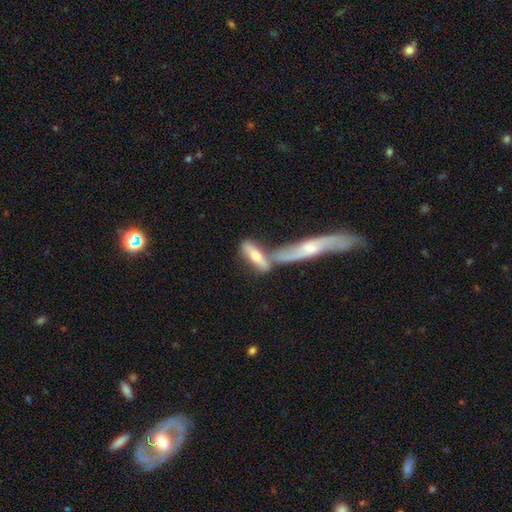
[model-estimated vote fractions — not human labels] Overall: smooth (57%; featured or disk 37%). How rounded: cigar-shaped (57%; in between 39%). Merging: merger (50%; none 35%).